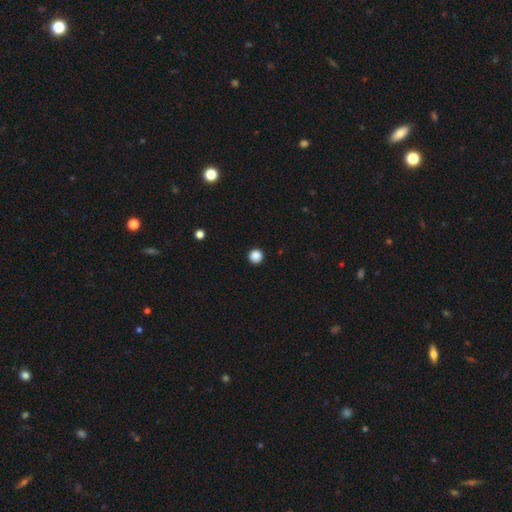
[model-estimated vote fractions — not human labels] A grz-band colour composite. It shows a smooth galaxy with no disk features (88%) that is round (96%). Merging: none (94%).